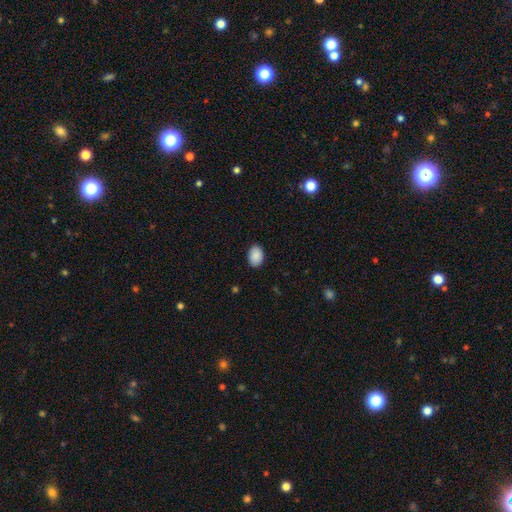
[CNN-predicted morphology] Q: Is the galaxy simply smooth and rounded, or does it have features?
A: smooth — 90%.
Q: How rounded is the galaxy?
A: in between — 85%.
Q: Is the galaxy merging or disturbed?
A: none — 89%.